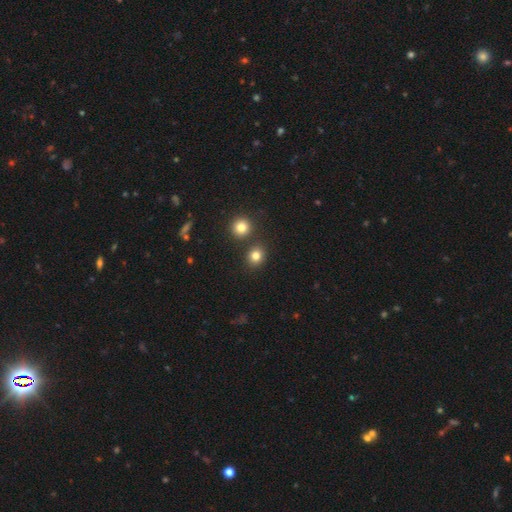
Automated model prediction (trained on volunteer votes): A smooth galaxy with no disk features (81%) that is round (75%). Merging: none (81%).